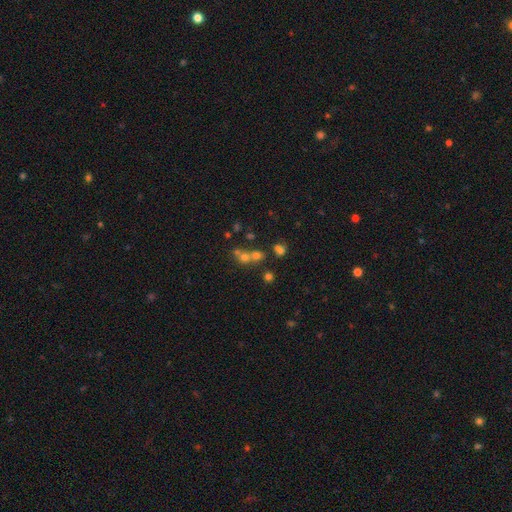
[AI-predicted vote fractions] Smooth or featured?
  - smooth: 47% *
  - star or artifact: 34%
  - featured or disk: 20%
Merging?
  - none: 45% *
  - merger: 43%
  - minor disturbance: 7%
  - major disturbance: 5%